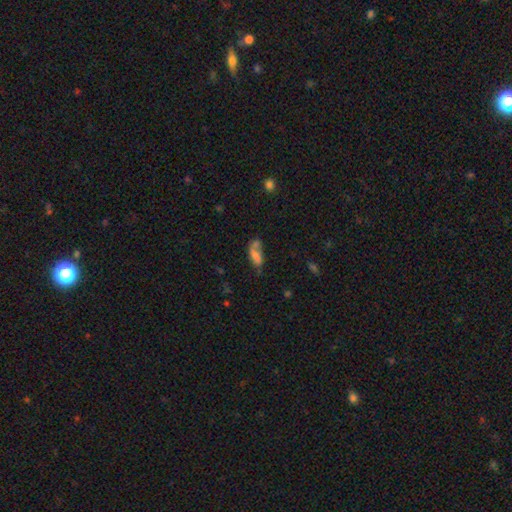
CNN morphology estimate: A smooth galaxy with no disk features (64%) that is in between round and cigar-shaped (75%). Merging: merger (32%).